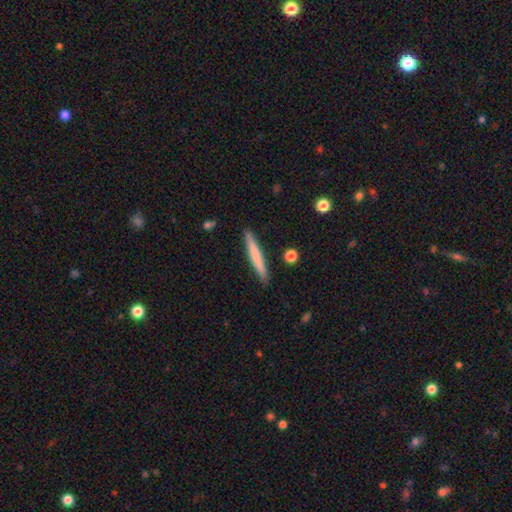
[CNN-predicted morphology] smooth 67%, featured or disk 27%, star or artifact 6%. Down the decision tree: how rounded — cigar-shaped (96%); merging — none (90%).